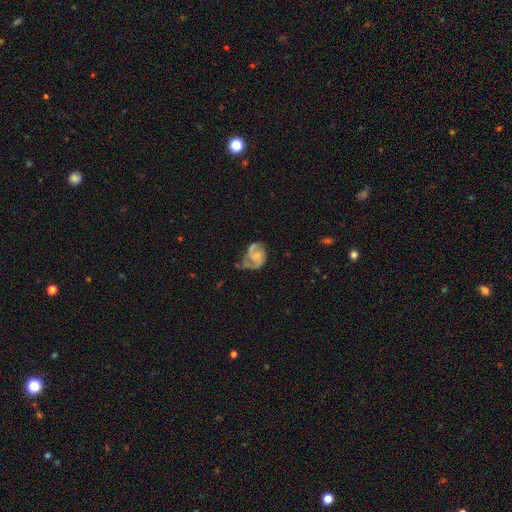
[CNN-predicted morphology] smooth_or_featured: featured or disk (p=0.80) [alt: smooth p=0.14]
disk_edge_on: no (p=0.98) [alt: yes p=0.02]
bar: no (p=0.58) [alt: weak p=0.35]
has_spiral_arms: yes (p=0.93) [alt: no p=0.07]
spiral_winding: medium (p=0.51) [alt: tight p=0.28]
spiral_arm_count: 2 (p=0.80) [alt: 1 p=0.08]
bulge_size: small (p=0.39) [alt: none p=0.33]
merging: none (p=0.43) [alt: minor disturbance p=0.28]